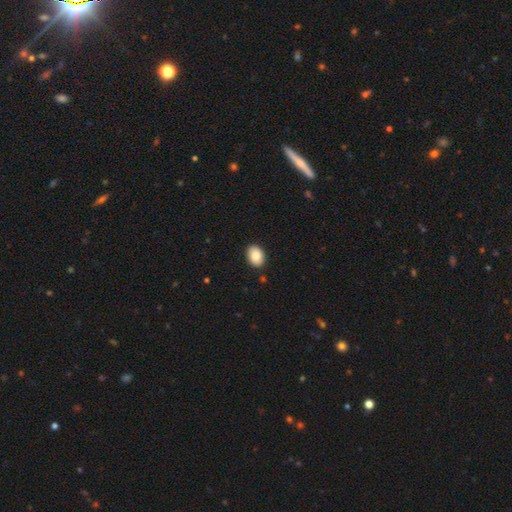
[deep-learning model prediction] smooth-or-featured: smooth: 86% | star or artifact: 7% | featured or disk: 7%
  how-rounded: in between: 78% | round: 21% | cigar-shaped: 1%
  merging: none: 89% | minor disturbance: 8% | major disturbance: 2% | merger: 1%